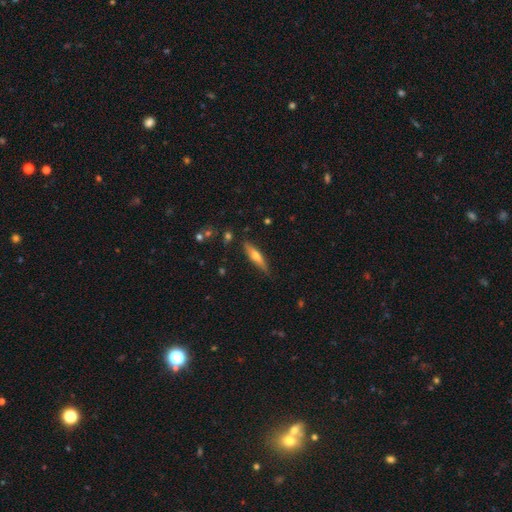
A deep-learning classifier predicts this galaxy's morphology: A featured or disk galaxy (49%).

Vote fractions:
- Smooth or featured? featured or disk: 49% / smooth: 45% / star or artifact: 6%
- Merging? none: 81% / minor disturbance: 14% / major disturbance: 3% / merger: 2%